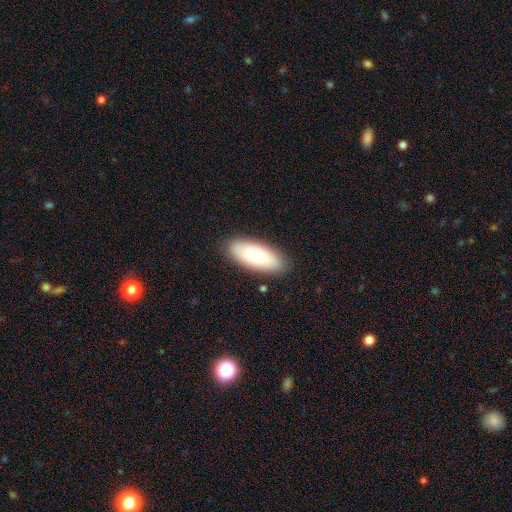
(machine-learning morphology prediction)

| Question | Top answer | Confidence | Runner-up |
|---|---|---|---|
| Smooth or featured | smooth | 79% | featured or disk (15%) |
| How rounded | in between | 82% | cigar-shaped (16%) |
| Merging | none | 86% | minor disturbance (10%) |